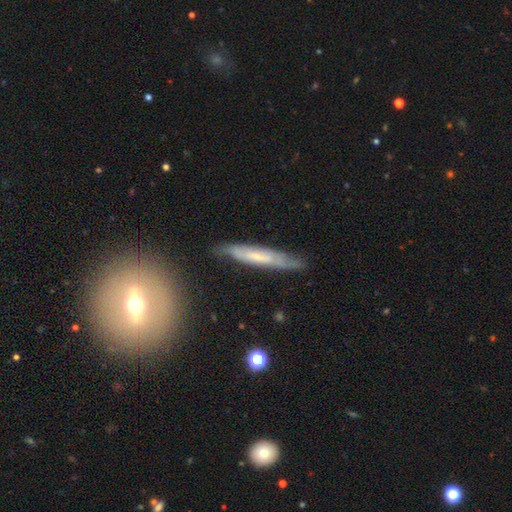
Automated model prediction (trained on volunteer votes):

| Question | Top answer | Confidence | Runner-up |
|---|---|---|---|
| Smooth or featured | featured or disk | 57% | smooth (35%) |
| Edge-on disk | yes | 88% | no (12%) |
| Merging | none | 84% | minor disturbance (12%) |